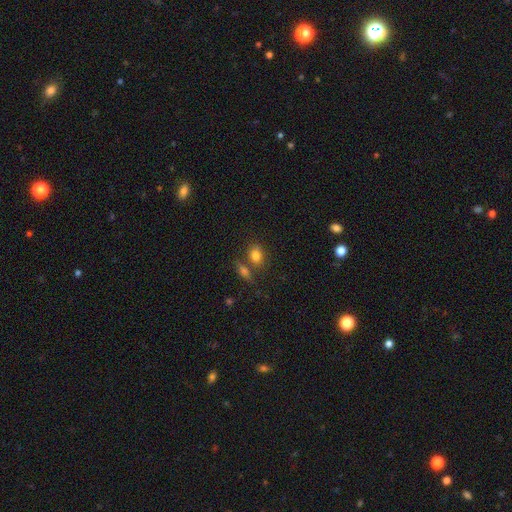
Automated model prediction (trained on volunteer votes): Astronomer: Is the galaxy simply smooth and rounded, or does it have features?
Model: smooth — 80%.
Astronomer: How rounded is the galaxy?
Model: in between — 60% (runner-up: round, 38%).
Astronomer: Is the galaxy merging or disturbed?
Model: none — 57%.